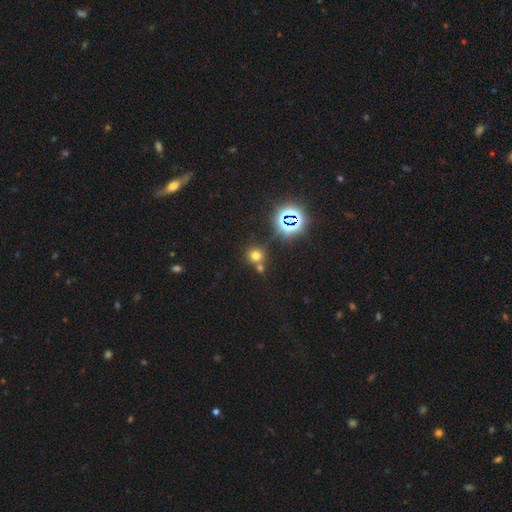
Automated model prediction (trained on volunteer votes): Morphology: type=smooth (62%); roundness=round (89%); merging=none (60%).